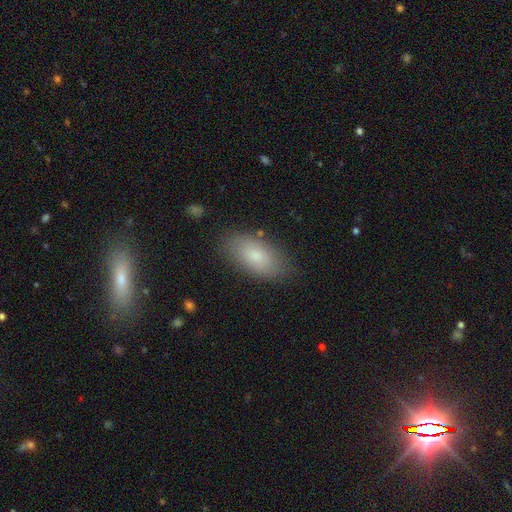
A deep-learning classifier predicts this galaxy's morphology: This is likely a smooth galaxy (79%). How rounded: clearly in between (92%). Merging: clearly none (82%).